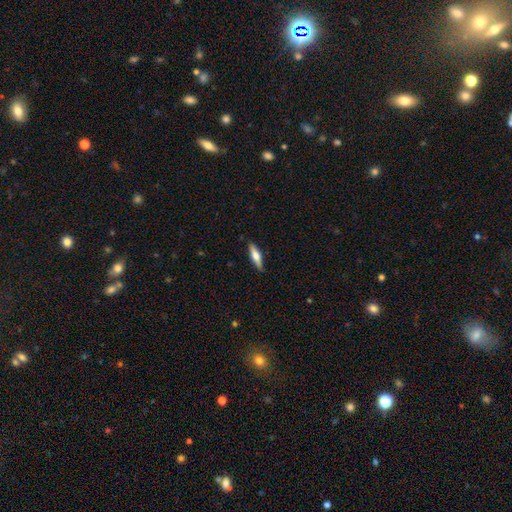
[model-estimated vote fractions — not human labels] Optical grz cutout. It shows a smooth galaxy with no disk features (57%) that is cigar-shaped (67%). Merging: none (87%).